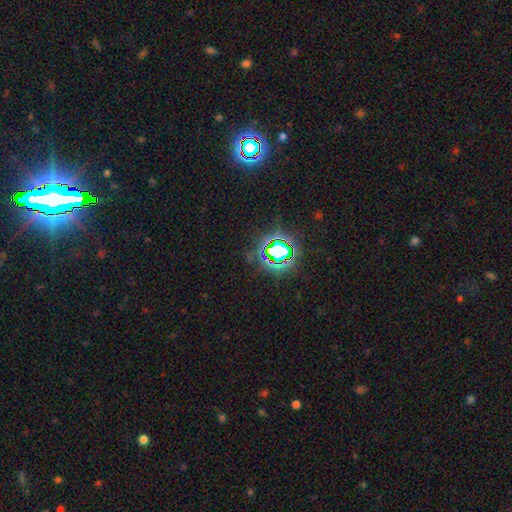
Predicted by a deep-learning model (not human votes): smooth-or-featured: star or artifact: 80% | smooth: 13% | featured or disk: 7%